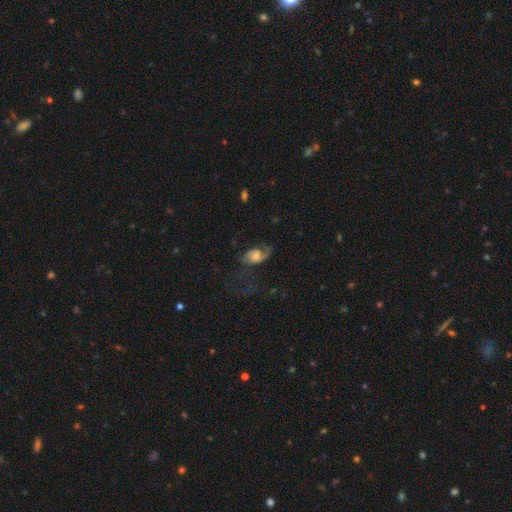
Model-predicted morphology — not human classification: This is likely a featured or disk galaxy (61%). It is clearly not viewed edge-on (95%). Bar: likely no (69%). Spiral arm pattern: clearly yes (84%). Central bulge: possibly moderate (55%). Merging: marginally none (40%).